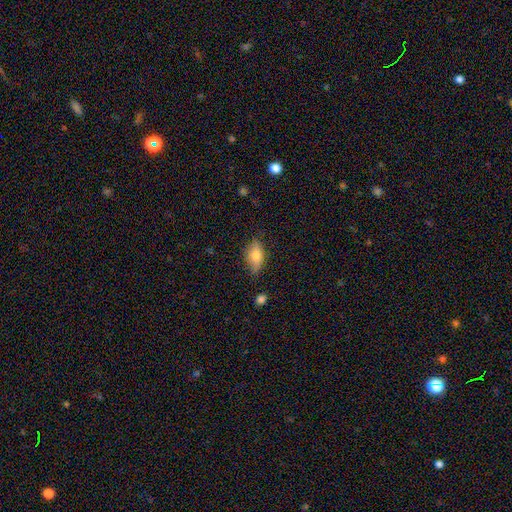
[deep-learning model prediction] Morphology: type=smooth (69%); roundness=in between (83%); merging=none (75%).